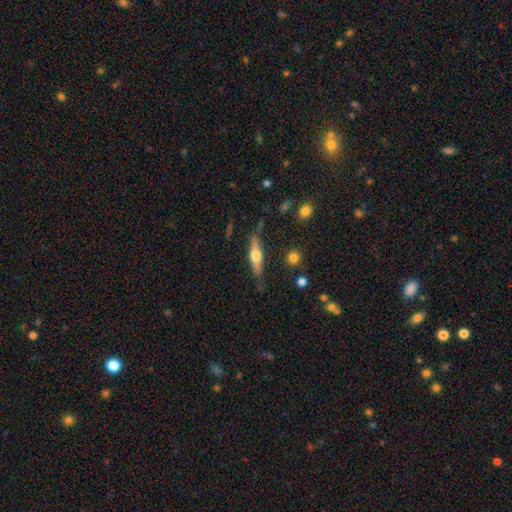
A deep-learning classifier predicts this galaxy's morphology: smooth_or_featured: featured or disk (p=0.56) [alt: smooth p=0.37]
disk_edge_on: yes (p=0.94) [alt: no p=0.06]
edge_on_bulge: rounded (p=0.92) [alt: boxy p=0.05]
merging: none (p=0.76) [alt: minor disturbance p=0.16]